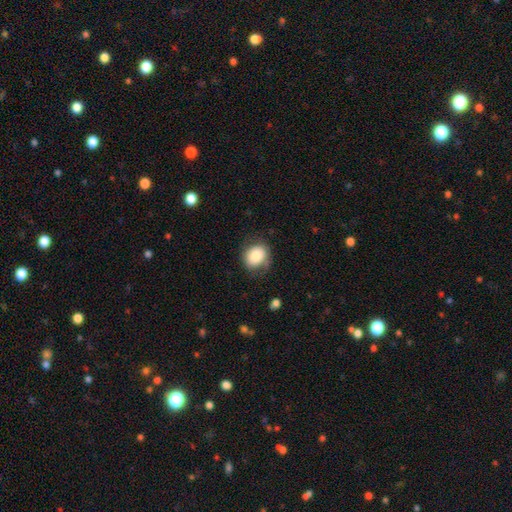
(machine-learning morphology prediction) Smooth or featured: smooth — 79% (featured or disk — 13%)
How rounded: round — 61% (in between — 38%)
Merging: none — 68% (minor disturbance — 22%)